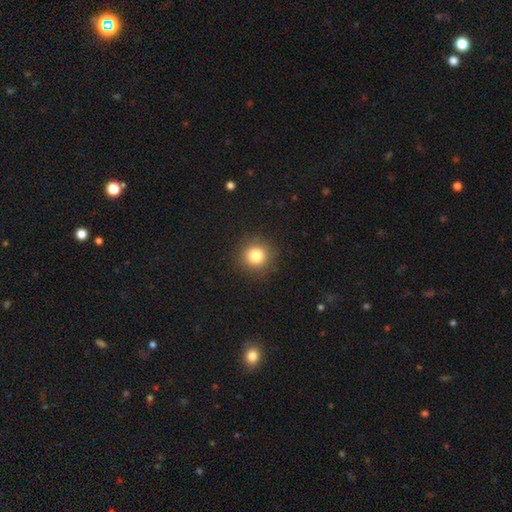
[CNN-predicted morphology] This appears to be a smooth galaxy with no disk features (82%) that is round (93%). Merging: none (89%).